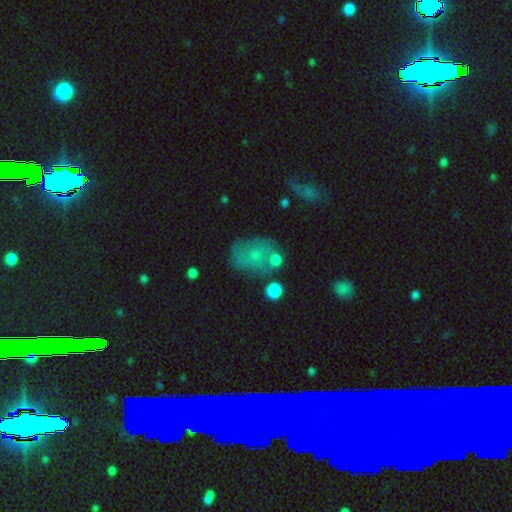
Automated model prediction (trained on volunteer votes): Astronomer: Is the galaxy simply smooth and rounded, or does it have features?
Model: smooth — 55% (runner-up: featured or disk, 32%).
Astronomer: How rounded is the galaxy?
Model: in between — 56% (runner-up: round, 43%).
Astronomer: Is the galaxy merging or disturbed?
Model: none — 49% (runner-up: minor disturbance, 25%).